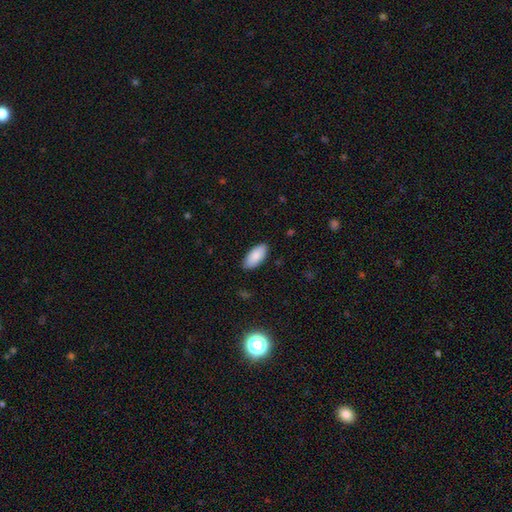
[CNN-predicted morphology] Smooth or featured? smooth (87%)
How rounded? in between (93%)
Merging? none (88%)